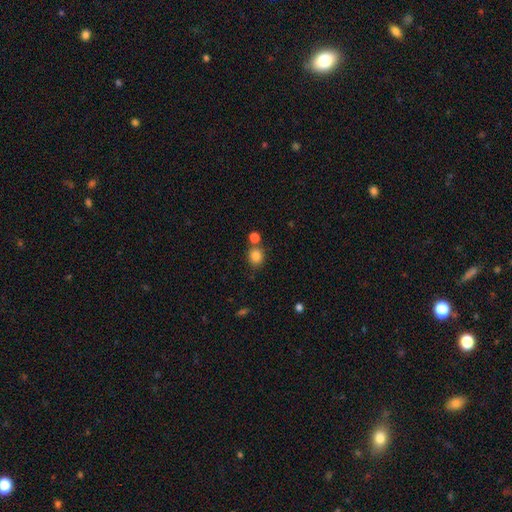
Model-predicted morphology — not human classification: Smooth or featured: smooth — 84% (star or artifact — 11%)
How rounded: round — 73% (in between — 26%)
Merging: none — 67% (merger — 19%)